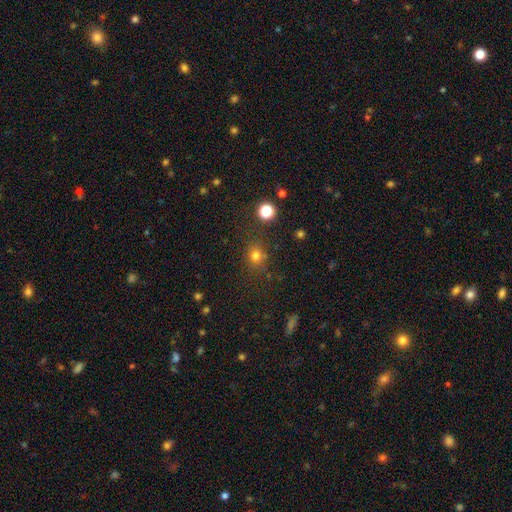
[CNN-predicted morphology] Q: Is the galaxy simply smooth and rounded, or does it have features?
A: smooth — 74%.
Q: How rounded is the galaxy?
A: round — 81%.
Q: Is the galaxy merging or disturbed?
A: none — 79%.